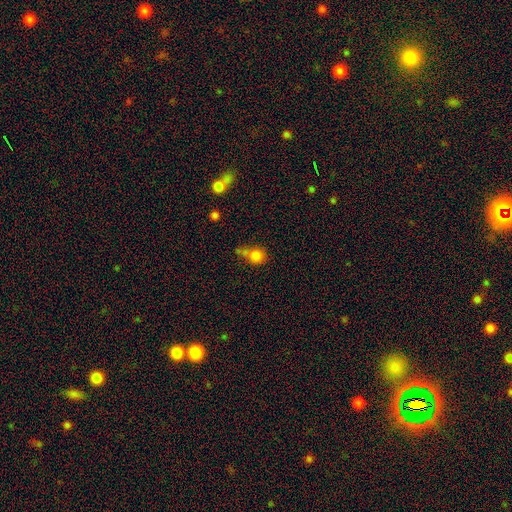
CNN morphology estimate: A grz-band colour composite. It shows a smooth galaxy with no disk features (78%) that is round (73%). Merging: none (34%).